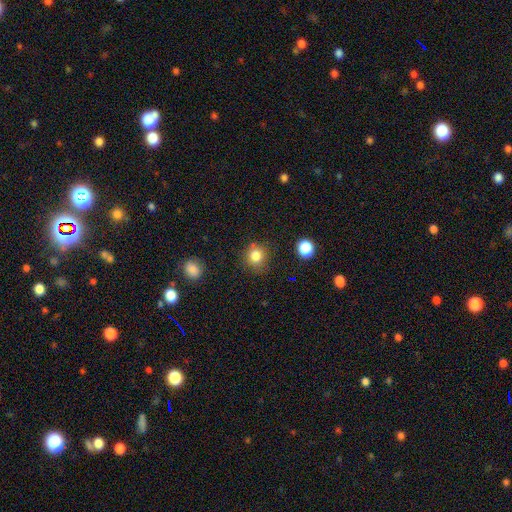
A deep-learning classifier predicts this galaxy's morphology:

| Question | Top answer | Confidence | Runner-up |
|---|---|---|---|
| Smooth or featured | smooth | 82% | star or artifact (12%) |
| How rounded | round | 86% | in between (13%) |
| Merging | none | 79% | minor disturbance (13%) |